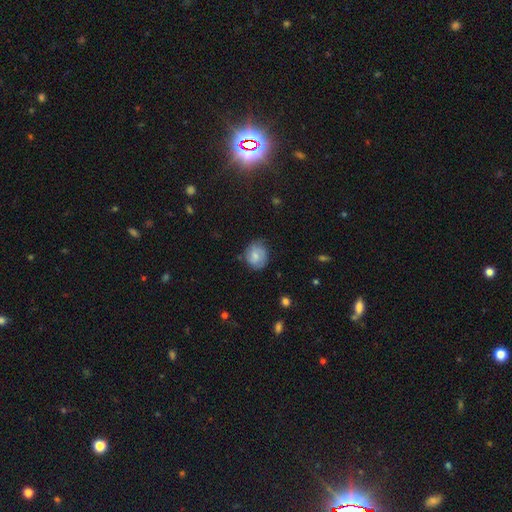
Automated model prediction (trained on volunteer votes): Overall: smooth (64%; featured or disk 28%). How rounded: round (70%). Merging: none (69%).